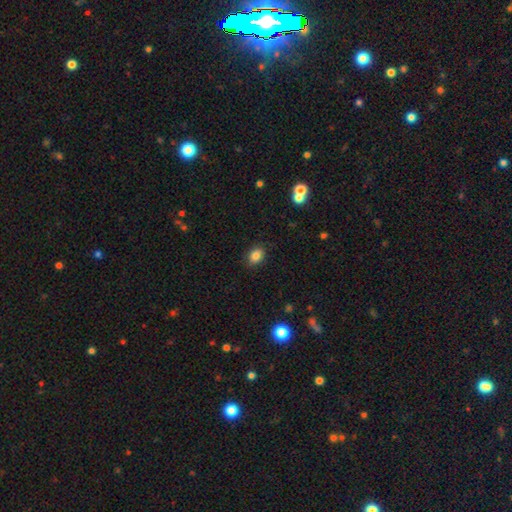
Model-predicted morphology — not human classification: smooth_or_featured: smooth (p=0.84) [alt: star or artifact p=0.10]
how_rounded: in between (p=0.65) [alt: round p=0.34]
merging: none (p=0.87) [alt: minor disturbance p=0.09]